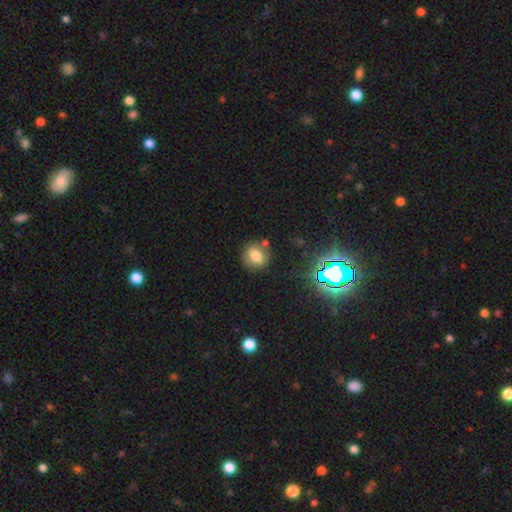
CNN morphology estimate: Smooth or featured: smooth — 71% (star or artifact — 16%)
How rounded: round — 65% (in between — 34%)
Merging: none — 73% (minor disturbance — 13%)